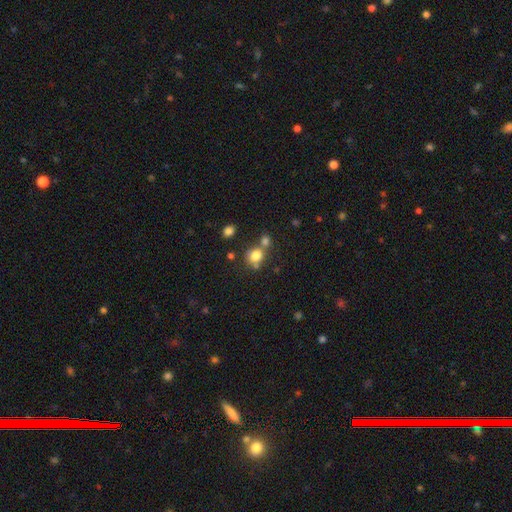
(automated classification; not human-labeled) smooth-or-featured: smooth: 79% | star or artifact: 12% | featured or disk: 8%
  how-rounded: round: 75% | in between: 24% | cigar-shaped: 1%
  merging: none: 52% | merger: 32% | minor disturbance: 11% | major disturbance: 5%